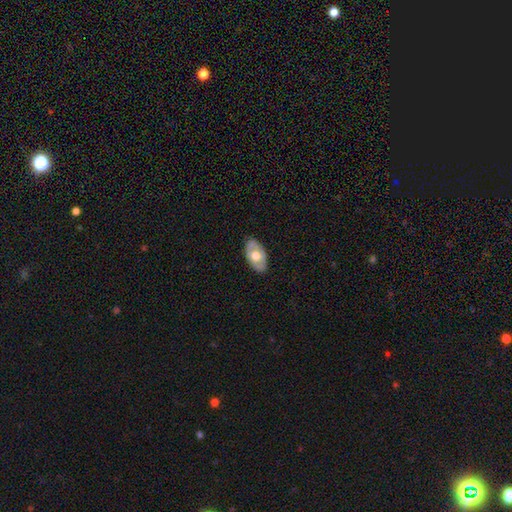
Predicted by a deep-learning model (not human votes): A smooth galaxy with no disk features (50%) that is in between round and cigar-shaped (92%).

Vote fractions:
- Smooth or featured? smooth: 50% / featured or disk: 45% / star or artifact: 5%
- How rounded? in between: 92% / round: 7% / cigar-shaped: 2%
- Merging? none: 83% / minor disturbance: 13% / major disturbance: 3% / merger: 1%